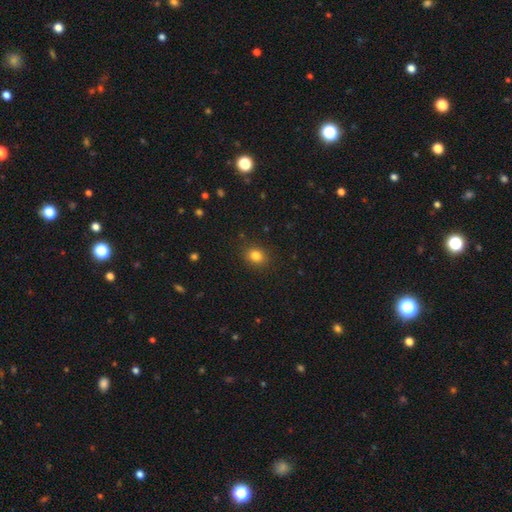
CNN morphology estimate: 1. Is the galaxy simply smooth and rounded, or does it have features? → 82% smooth, 12% star or artifact, 6% featured or disk.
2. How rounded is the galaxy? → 58% round, 41% in between, 1% cigar-shaped.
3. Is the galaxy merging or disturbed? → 88% none, 9% minor disturbance, 3% major disturbance, 1% merger.